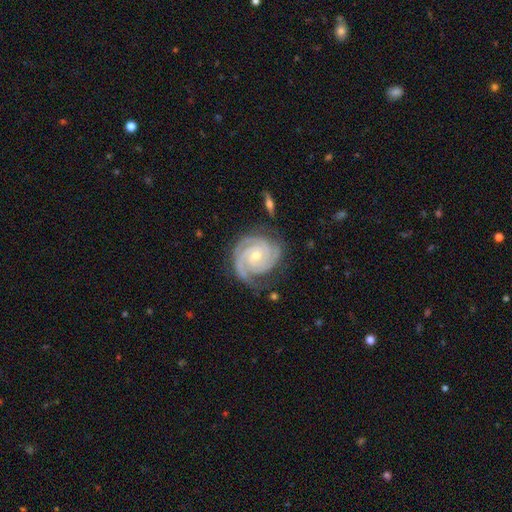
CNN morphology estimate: A featured or disk galaxy (92%) with no bar (64%), 3 (48%) tight (78%) spiral arms (99%) and a small central bulge (54%).

Vote fractions:
- Smooth or featured? featured or disk: 92% / star or artifact: 4% / smooth: 3%
- Edge-on disk? no: 98% / yes: 2%
- Bar? no: 64% / weak: 25% / strong: 10%
- Spiral arms? yes: 99% / no: 1%
- Spiral winding? tight: 78% / medium: 19% / loose: 2%
- Spiral arm count? 3: 48% / 2: 30% / 4: 8% / can't tell: 7% / 1: 4% / more than 4: 4%
- Bulge size? small: 54% / moderate: 43% / large: 1% / none: 1% / dominant: 1%
- Merging? none: 73% / minor disturbance: 19% / major disturbance: 6% / merger: 2%